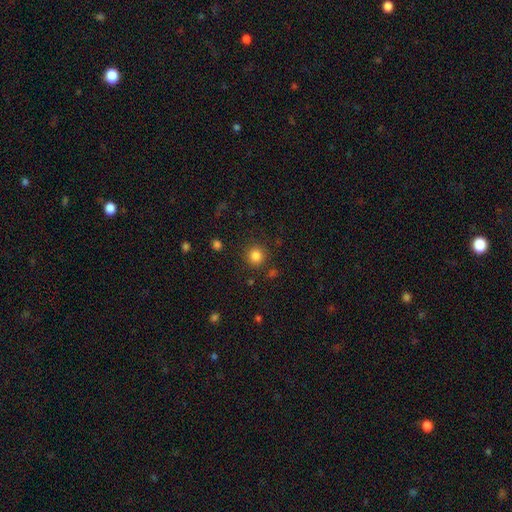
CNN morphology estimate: This appears to be a smooth galaxy with no disk features (83%) that is round (93%). Merging: none (87%).